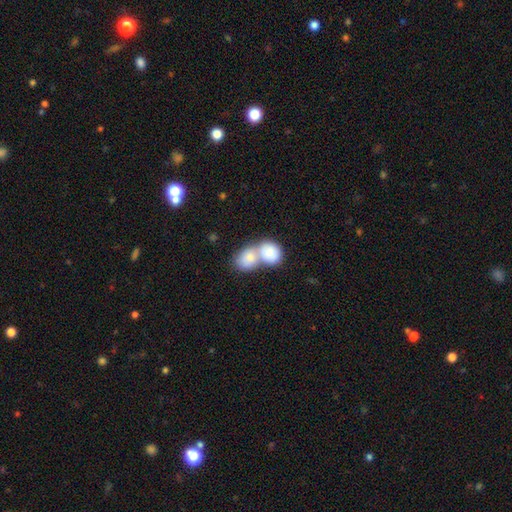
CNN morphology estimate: The model was most divided on "how rounded": round: 54%, in between: 44%, cigar-shaped: 2%. More confident: smooth or featured — smooth (76%); merging — merger (71%).